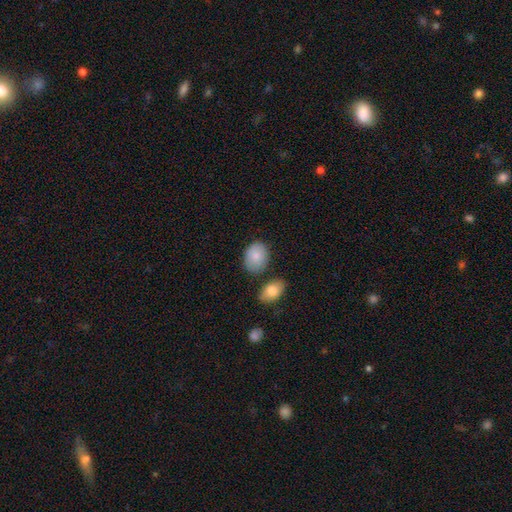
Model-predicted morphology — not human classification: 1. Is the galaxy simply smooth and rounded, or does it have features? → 87% smooth, 7% featured or disk, 6% star or artifact.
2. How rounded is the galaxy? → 68% in between, 31% round, 1% cigar-shaped.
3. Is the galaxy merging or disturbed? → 74% none, 15% minor disturbance, 7% merger, 3% major disturbance.